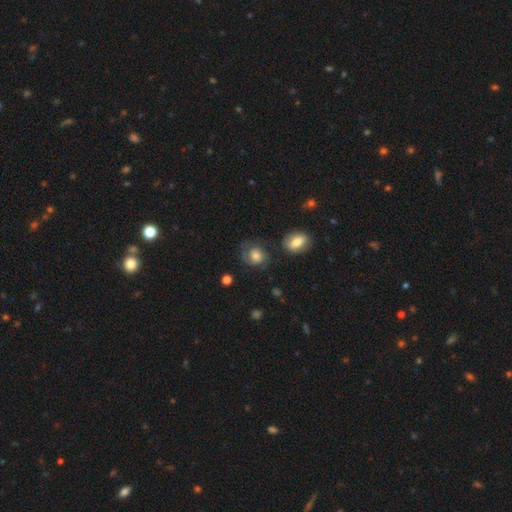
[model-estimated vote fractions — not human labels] smooth 46%, featured or disk 45%, star or artifact 9%. Down the decision tree: merging — none (58%).